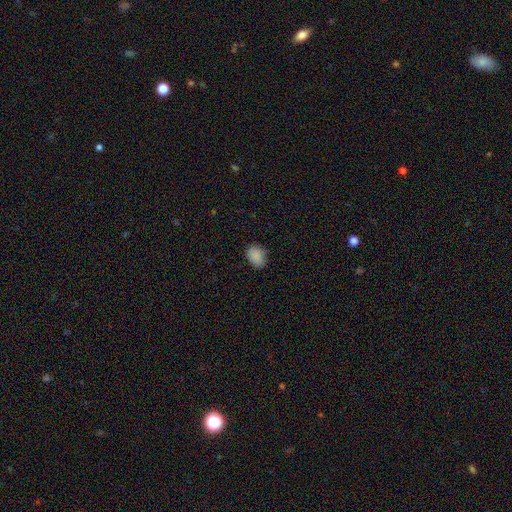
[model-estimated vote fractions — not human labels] Overall: smooth (87%). How rounded: in between (66%; round 33%). Merging: none (80%).